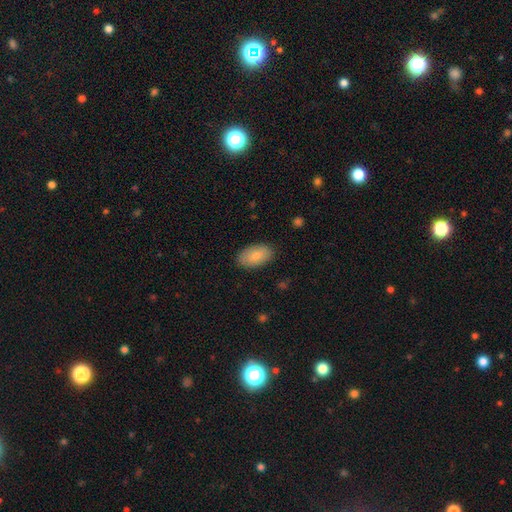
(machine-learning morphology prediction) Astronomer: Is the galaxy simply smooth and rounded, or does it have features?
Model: smooth — 83%.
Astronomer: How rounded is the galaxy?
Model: in between — 94%.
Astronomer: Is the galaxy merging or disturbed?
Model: none — 87%.